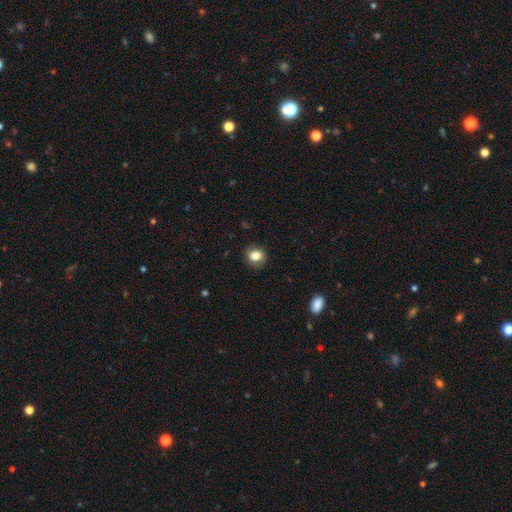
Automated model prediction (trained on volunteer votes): A smooth galaxy with no disk features (82%) that is round (68%). Merging: none (84%).